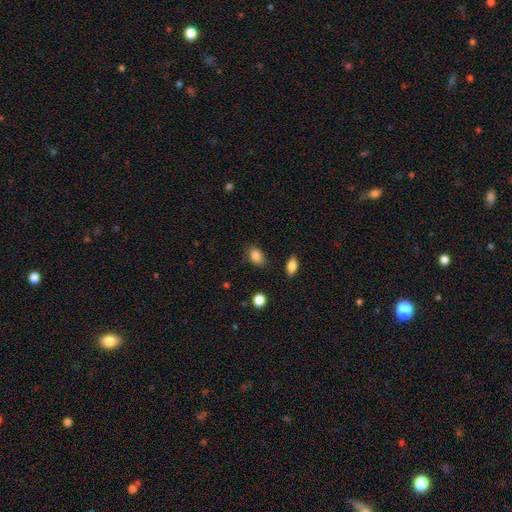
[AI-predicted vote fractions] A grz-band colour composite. It shows a smooth galaxy with no disk features (85%) that is in between round and cigar-shaped (77%). Merging: none (75%).